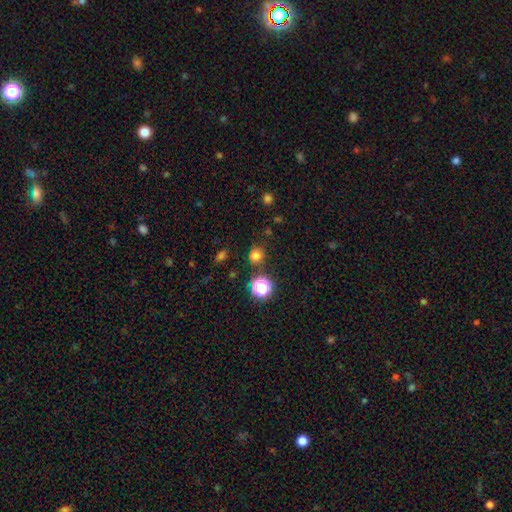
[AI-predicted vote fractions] The model was most divided on "smooth or featured": smooth: 75%, star or artifact: 20%, featured or disk: 5%. More confident: how rounded — round (88%); merging — none (82%).